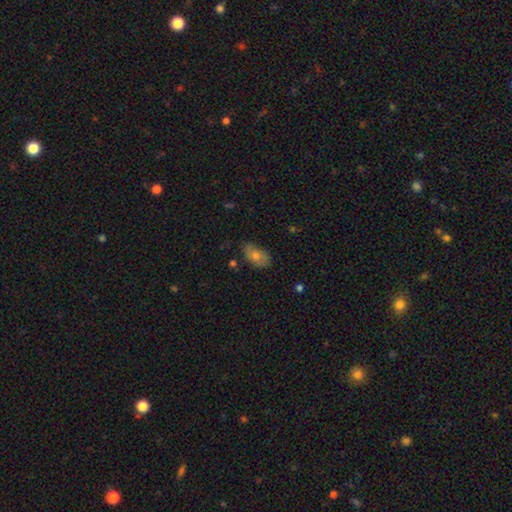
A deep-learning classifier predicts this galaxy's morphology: smooth-or-featured: smooth: 67% | featured or disk: 23% | star or artifact: 10%
  how-rounded: in between: 90% | round: 7% | cigar-shaped: 2%
  merging: none: 67% | minor disturbance: 27% | major disturbance: 5% | merger: 2%